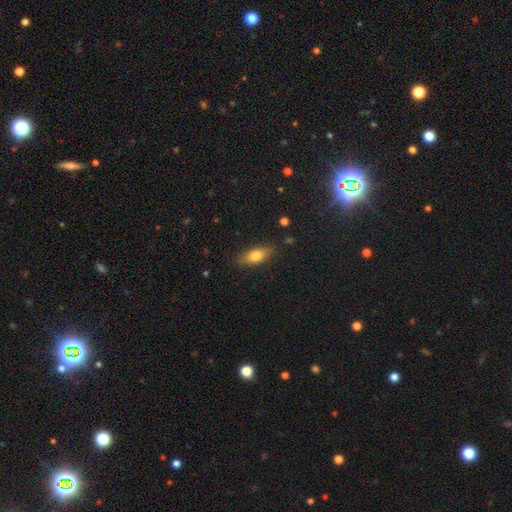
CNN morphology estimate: A smooth galaxy with no disk features (73%) that is in between round and cigar-shaped (76%).

Vote fractions:
- Smooth or featured? smooth: 73% / featured or disk: 19% / star or artifact: 8%
- How rounded? in between: 76% / cigar-shaped: 20% / round: 4%
- Merging? none: 84% / minor disturbance: 12% / major disturbance: 3% / merger: 1%